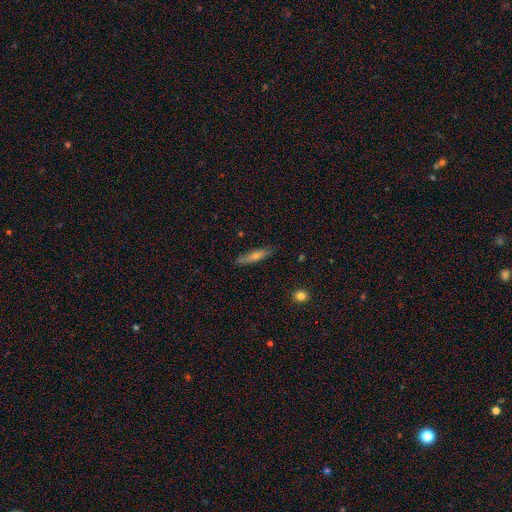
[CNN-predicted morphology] This is possibly a smooth galaxy (48%). Merging: clearly none (86%).